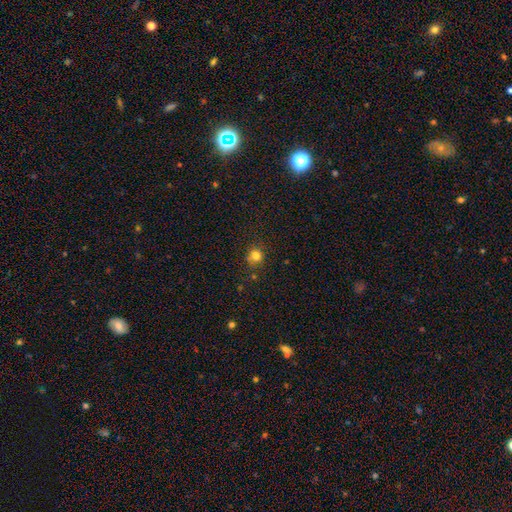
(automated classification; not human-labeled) A smooth galaxy with no disk features (78%) that is round (87%).

Vote fractions:
- Smooth or featured? smooth: 78% / star or artifact: 16% / featured or disk: 7%
- How rounded? round: 87% / in between: 12% / cigar-shaped: 1%
- Merging? none: 79% / minor disturbance: 13% / merger: 4% / major disturbance: 4%